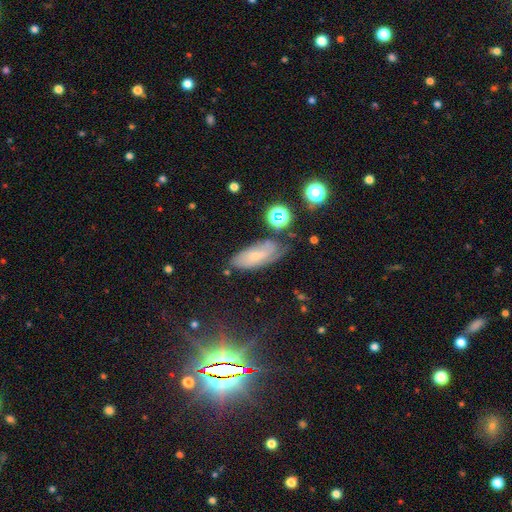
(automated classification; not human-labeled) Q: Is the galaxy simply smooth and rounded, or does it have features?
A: featured or disk — 48%.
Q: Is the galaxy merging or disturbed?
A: none — 58%.